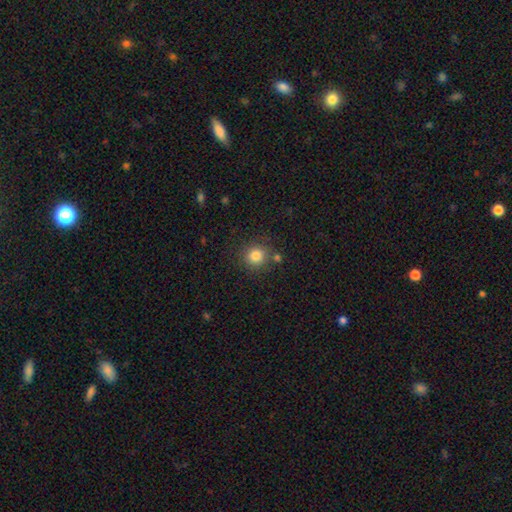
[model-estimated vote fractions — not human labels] smooth_or_featured: smooth (p=0.82) [alt: star or artifact p=0.12]
how_rounded: round (p=0.89) [alt: in between p=0.10]
merging: none (p=0.79) [alt: minor disturbance p=0.10]